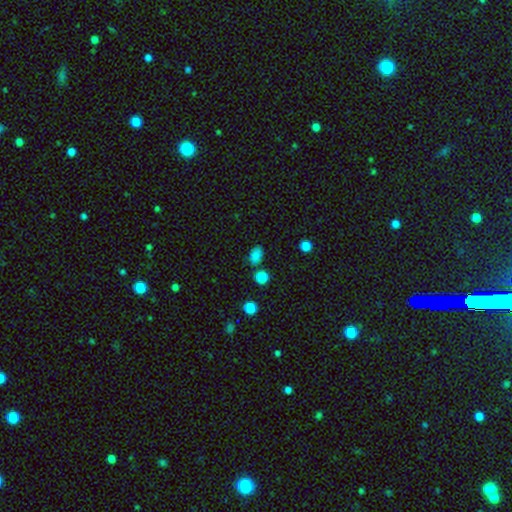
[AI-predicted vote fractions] A smooth galaxy with no disk features (82%) that is in between round and cigar-shaped (83%). Merging: none (76%).